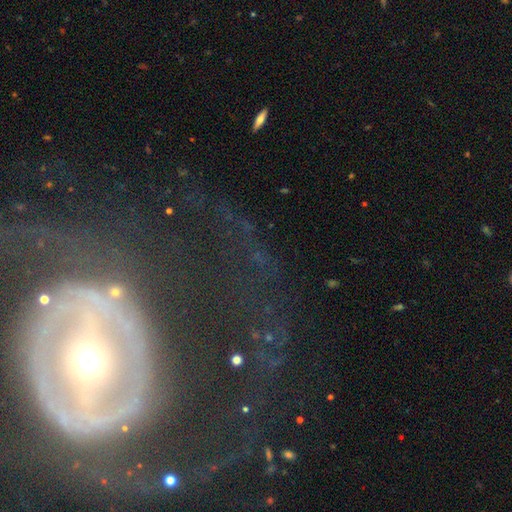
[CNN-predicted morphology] Smooth or featured?
  - featured or disk: 73% *
  - star or artifact: 15%
  - smooth: 12%
Edge-on disk?
  - no: 91% *
  - yes: 9%
Bar?
  - no: 43% *
  - strong: 30%
  - weak: 27%
Spiral arms?
  - yes: 69% *
  - no: 31%
Bulge size?
  - small: 53% *
  - moderate: 38%
  - large: 4%
  - none: 3%
  - dominant: 2%
Merging?
  - none: 53% *
  - major disturbance: 27%
  - minor disturbance: 15%
  - merger: 5%